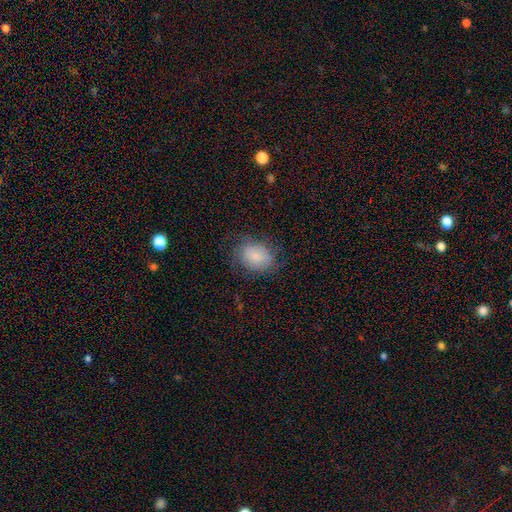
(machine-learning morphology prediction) Smooth or featured: smooth — 75% (featured or disk — 17%)
How rounded: in between — 67% (round — 32%)
Merging: none — 66% (minor disturbance — 22%)